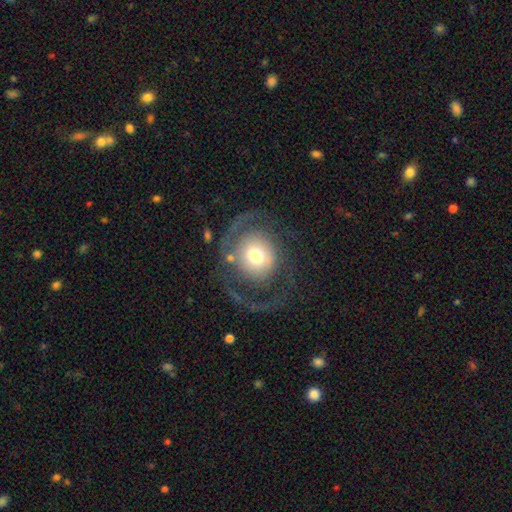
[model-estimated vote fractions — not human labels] featured or disk 60%, smooth 32%, star or artifact 8%. Down the decision tree: edge-on disk — no (97%); bar — no (75%); spiral arms — yes (77%); bulge size — moderate (58%); merging — none (50%).